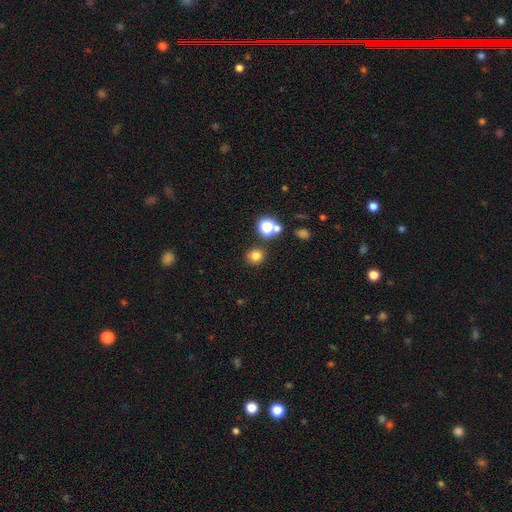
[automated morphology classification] smooth 77%, star or artifact 17%, featured or disk 6%. Down the decision tree: how rounded — round (83%); merging — none (83%).